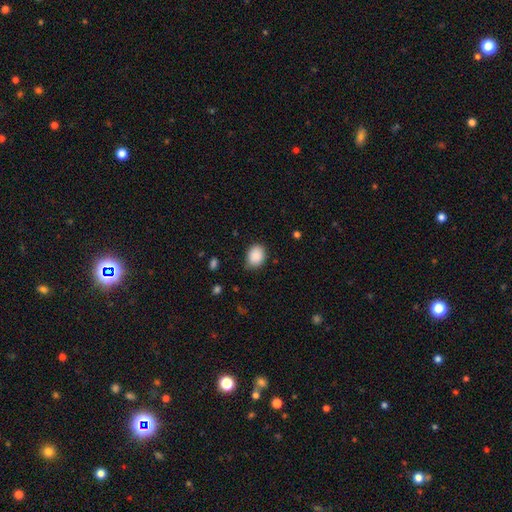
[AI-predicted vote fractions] A smooth galaxy with no disk features (89%) that is in between round and cigar-shaped (56%). Merging: none (74%).